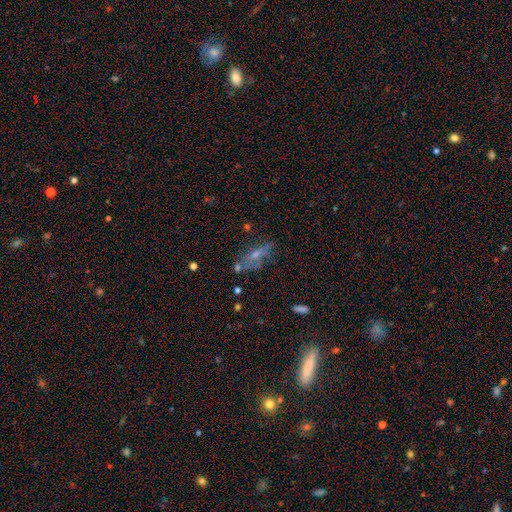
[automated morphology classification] Smooth or featured? featured or disk (45%)
Merging? none (58%)